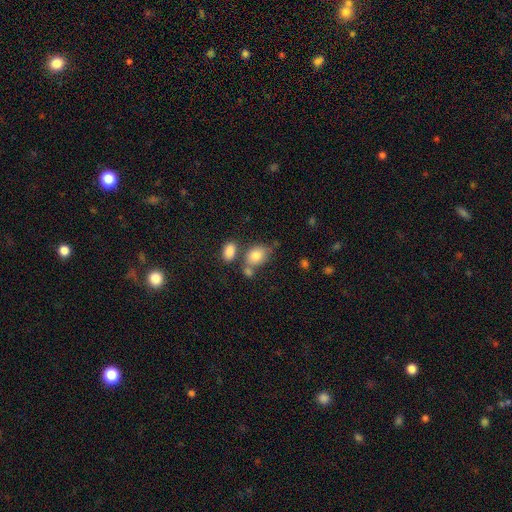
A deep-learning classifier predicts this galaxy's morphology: The model was most divided on "merging": none: 52%, merger: 26%, minor disturbance: 16%, major disturbance: 6%. More confident: smooth or featured — smooth (81%); how rounded — in between (71%).